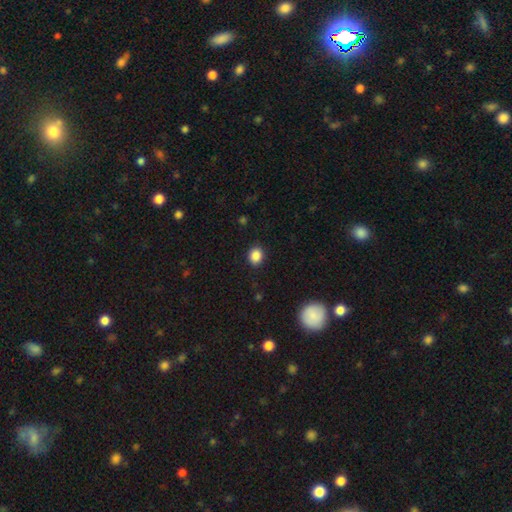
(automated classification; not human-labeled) smooth-or-featured: smooth: 87% | star or artifact: 10% | featured or disk: 3%
  how-rounded: round: 67% | in between: 32% | cigar-shaped: 1%
  merging: none: 89% | minor disturbance: 8% | major disturbance: 2% | merger: 1%